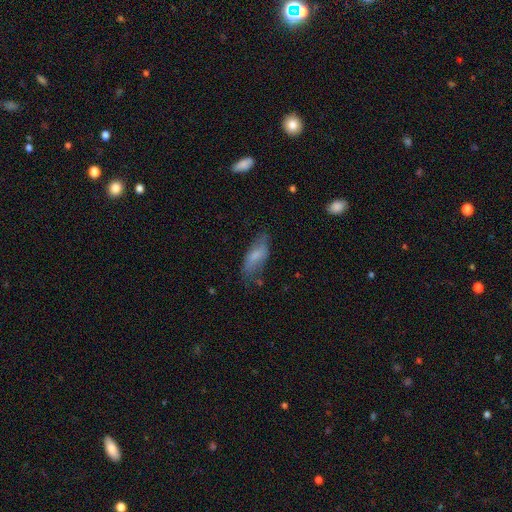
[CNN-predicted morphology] Smooth or featured? smooth (65%)
How rounded? in between (69%)
Merging? none (63%)